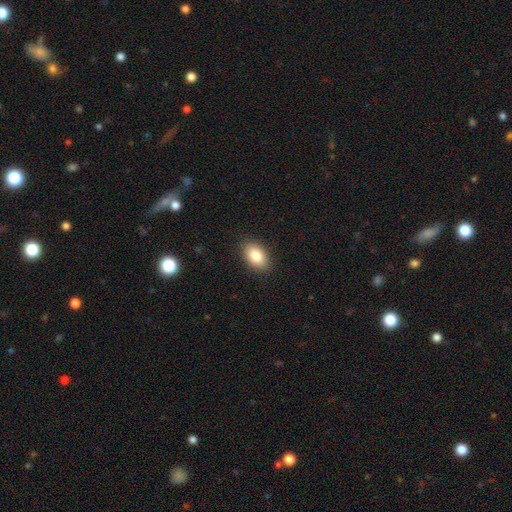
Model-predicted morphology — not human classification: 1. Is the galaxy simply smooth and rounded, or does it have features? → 85% smooth, 8% featured or disk, 8% star or artifact.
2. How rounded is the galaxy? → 90% in between, 9% round, 1% cigar-shaped.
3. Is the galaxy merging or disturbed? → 89% none, 8% minor disturbance, 2% major disturbance, 1% merger.